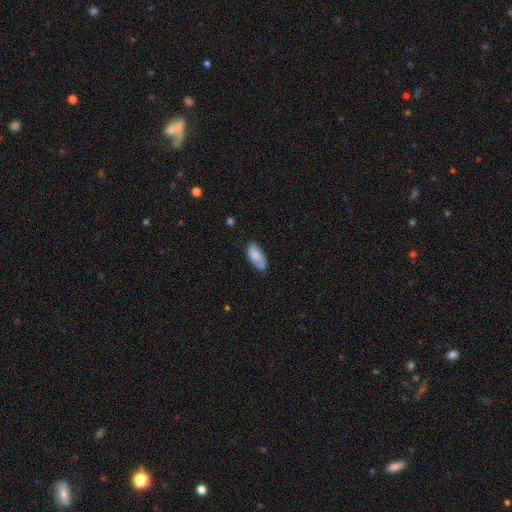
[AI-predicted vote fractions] This is likely a smooth galaxy (78%). How rounded: clearly in between (89%). Merging: likely none (62%).